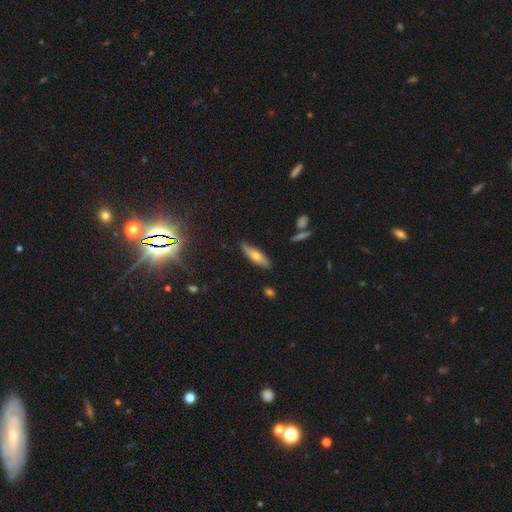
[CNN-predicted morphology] smooth 63%, featured or disk 29%, star or artifact 7%. Down the decision tree: how rounded — cigar-shaped (55%); merging — none (83%).